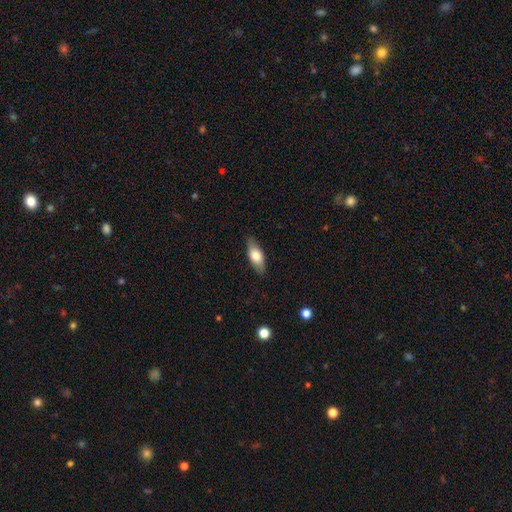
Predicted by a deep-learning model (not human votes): A smooth galaxy with no disk features (71%) that is in between round and cigar-shaped (78%). Merging: none (85%).